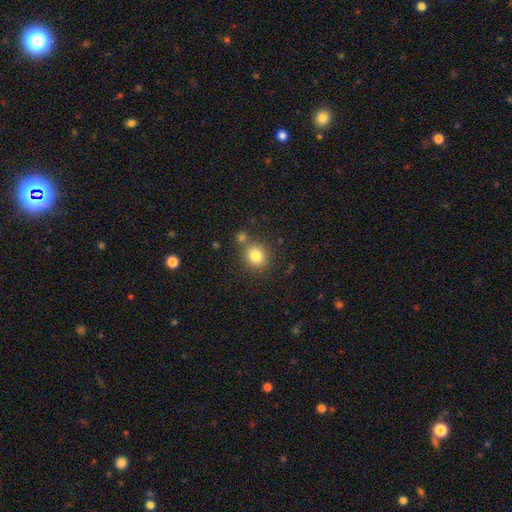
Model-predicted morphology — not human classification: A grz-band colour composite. It shows a smooth galaxy with no disk features (81%) that is round (79%). Merging: none (71%).